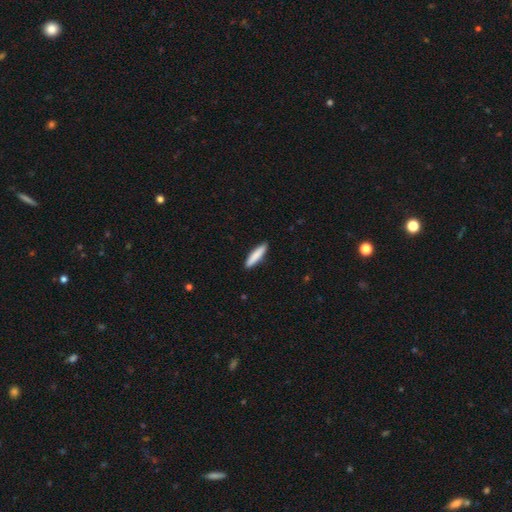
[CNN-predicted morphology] Smooth or featured: smooth — 84% (featured or disk — 10%)
How rounded: cigar-shaped — 86% (in between — 13%)
Merging: none — 91% (minor disturbance — 7%)